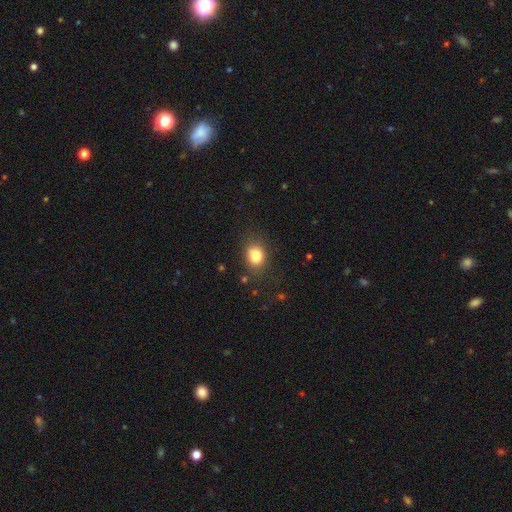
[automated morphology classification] A smooth galaxy with no disk features (82%) that is in between round and cigar-shaped (52%). Merging: none (76%).